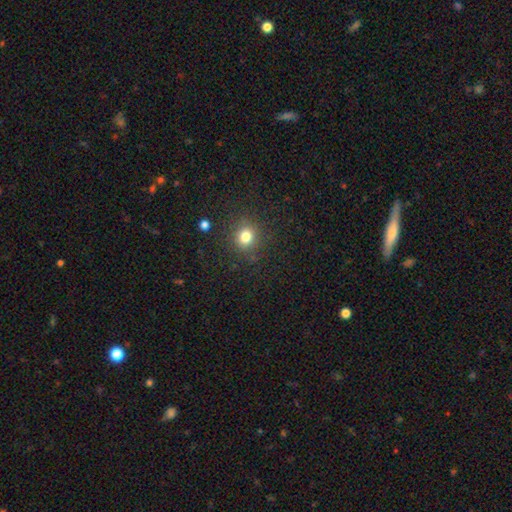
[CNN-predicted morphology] A smooth galaxy with no disk features (60%) that is round (93%).

Vote fractions:
- Smooth or featured? smooth: 60% / star or artifact: 31% / featured or disk: 9%
- How rounded? round: 93% / in between: 6% / cigar-shaped: 2%
- Merging? none: 91% / minor disturbance: 6% / major disturbance: 2% / merger: 1%